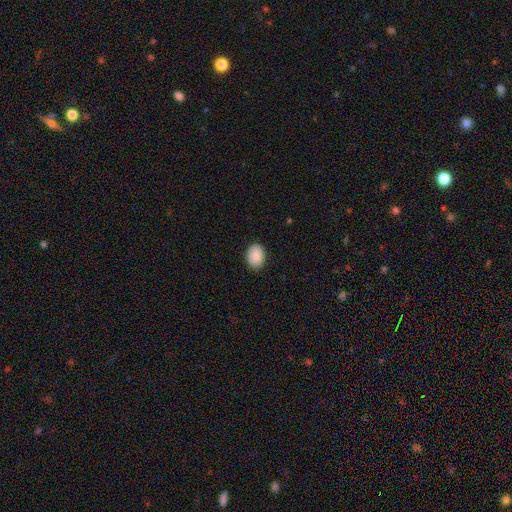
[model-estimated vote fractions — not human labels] Q: Smooth or featured?
A: smooth (89%); runner-up: star or artifact (7%)
Q: How rounded?
A: in between (76%); runner-up: round (23%)
Q: Merging?
A: none (87%); runner-up: minor disturbance (10%)